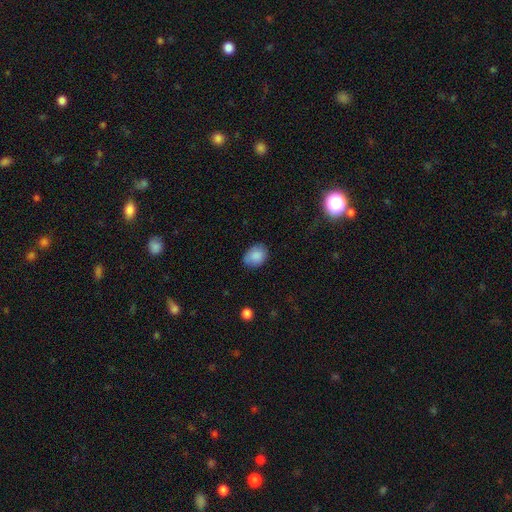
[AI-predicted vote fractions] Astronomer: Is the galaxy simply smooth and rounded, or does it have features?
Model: smooth — 86%.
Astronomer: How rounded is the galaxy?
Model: in between — 61% (runner-up: round, 38%).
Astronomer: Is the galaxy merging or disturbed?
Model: none — 76%.